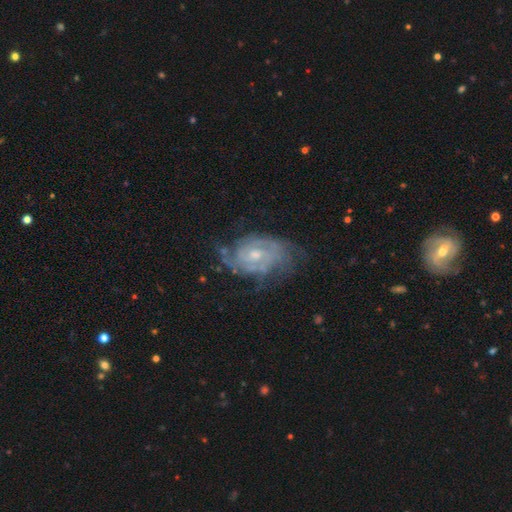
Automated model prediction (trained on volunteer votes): Smooth or featured?
  - featured or disk: 85% *
  - smooth: 8%
  - star or artifact: 6%
Edge-on disk?
  - no: 97% *
  - yes: 3%
Bar?
  - no: 56% *
  - weak: 37%
  - strong: 7%
Spiral arms?
  - yes: 93% *
  - no: 7%
Spiral winding?
  - tight: 60% *
  - medium: 32%
  - loose: 8%
Spiral arm count?
  - 2: 40% *
  - can't tell: 31%
  - 3: 15%
  - 4: 6%
  - 1: 5%
  - more than 4: 4%
Bulge size?
  - moderate: 52% *
  - small: 42%
  - none: 3%
  - large: 3%
  - dominant: 1%
Merging?
  - none: 62% *
  - minor disturbance: 23%
  - major disturbance: 13%
  - merger: 2%